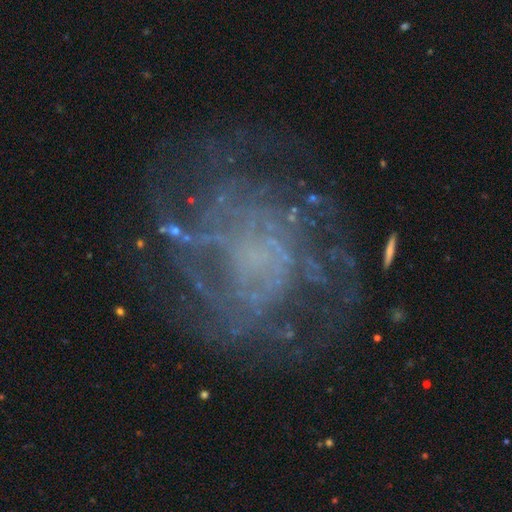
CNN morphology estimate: This is likely a featured or disk galaxy (77%). It is clearly not viewed edge-on (98%). Bar: likely no (76%). Spiral arm pattern: likely yes (75%). Spiral arm count: possibly can't tell (54%). Spiral winding: possibly tight (51%). Central bulge: likely none (63%). Merging: likely none (65%).